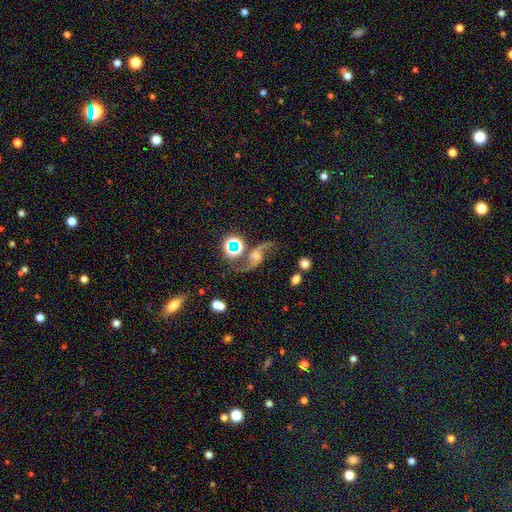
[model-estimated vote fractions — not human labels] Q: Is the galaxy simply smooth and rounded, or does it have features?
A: featured or disk — 81%.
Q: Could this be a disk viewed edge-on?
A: no — 94%.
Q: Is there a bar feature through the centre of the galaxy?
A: no — 57%.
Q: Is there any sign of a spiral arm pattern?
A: yes — 96%.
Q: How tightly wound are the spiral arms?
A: loose — 80%.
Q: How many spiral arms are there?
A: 2 — 92%.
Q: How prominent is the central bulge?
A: moderate — 41%.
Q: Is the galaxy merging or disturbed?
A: none — 63%.